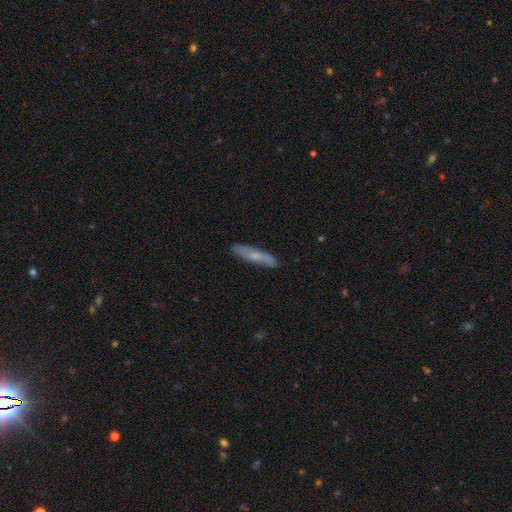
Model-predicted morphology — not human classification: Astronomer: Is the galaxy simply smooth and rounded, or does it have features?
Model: smooth — 54% (runner-up: featured or disk, 39%).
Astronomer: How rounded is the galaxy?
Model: cigar-shaped — 87%.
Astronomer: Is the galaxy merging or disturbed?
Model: none — 85%.